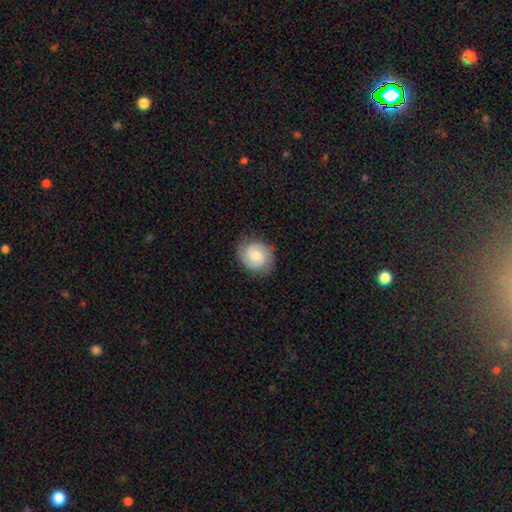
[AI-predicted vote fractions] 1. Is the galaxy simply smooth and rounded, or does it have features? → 61% featured or disk, 32% smooth, 7% star or artifact.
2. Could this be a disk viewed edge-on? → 98% no, 2% yes.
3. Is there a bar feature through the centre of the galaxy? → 47% no, 46% weak, 7% strong.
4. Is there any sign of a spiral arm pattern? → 94% yes, 6% no.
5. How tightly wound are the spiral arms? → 45% tight, 43% medium, 12% loose.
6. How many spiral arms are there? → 86% 2, 7% can't tell, 3% 3, 3% 1, 1% 4, 1% more than 4.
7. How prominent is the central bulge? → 49% moderate, 32% small, 9% large, 8% none, 2% dominant.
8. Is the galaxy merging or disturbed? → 84% none, 12% minor disturbance, 3% major disturbance, 1% merger.